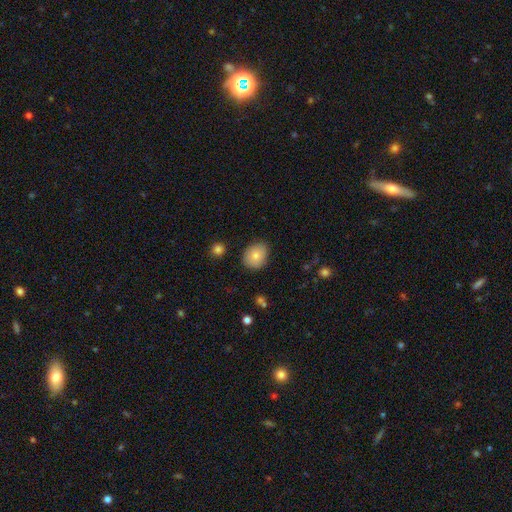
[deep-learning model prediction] smooth 79%, featured or disk 12%, star or artifact 9%. Down the decision tree: how rounded — round (53%); merging — none (78%).